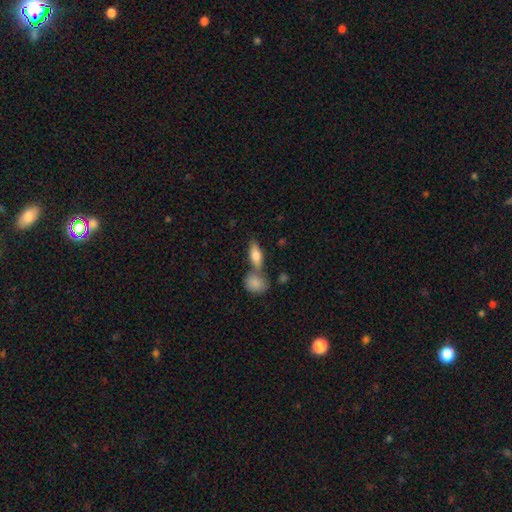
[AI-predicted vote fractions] Smooth or featured? smooth (73%)
How rounded? in between (73%)
Merging? none (51%)